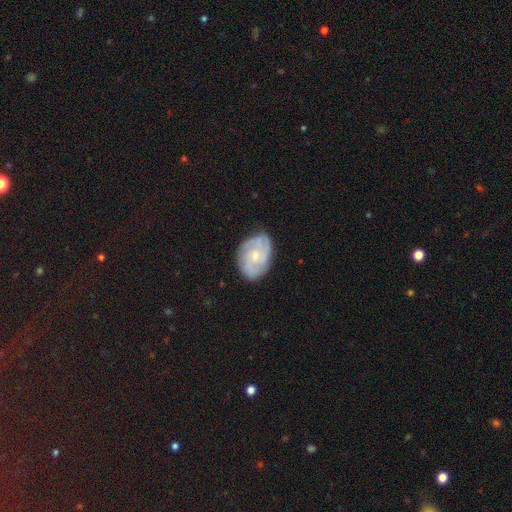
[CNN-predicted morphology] Smooth or featured? featured or disk (72%)
Edge-on disk? no (97%)
Bar? no (73%)
Spiral arms? yes (92%)
Spiral winding? tight (52%)
Spiral arm count? 3 (30%)
Bulge size? small (60%)
Merging? none (75%)